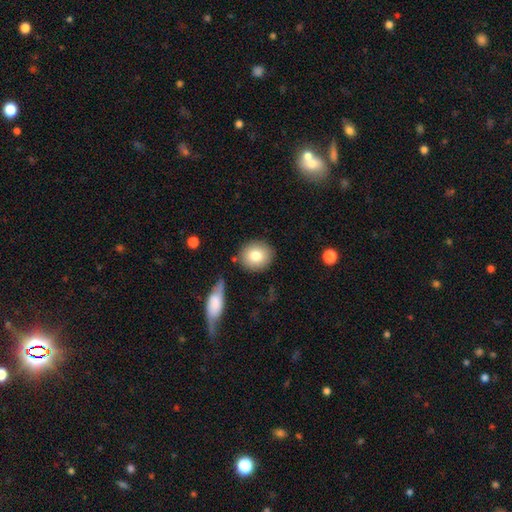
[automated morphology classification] This is clearly a smooth galaxy (81%). How rounded: likely round (78%). Merging: clearly none (83%).